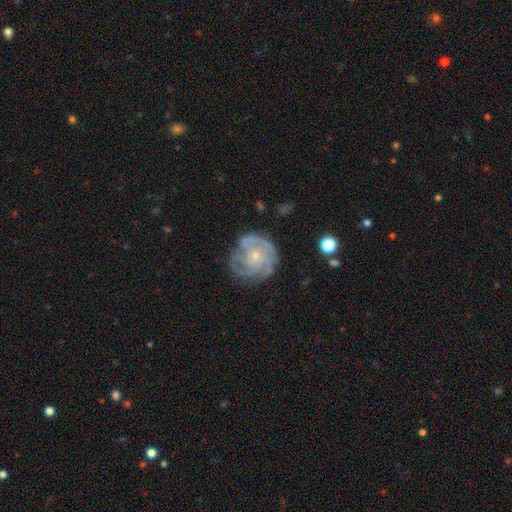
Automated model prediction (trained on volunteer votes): Smooth or featured? featured or disk (80%)
Edge-on disk? no (98%)
Bar? no (79%)
Spiral arms? yes (90%)
Spiral winding? tight (58%)
Spiral arm count? can't tell (29%)
Bulge size? small (78%)
Merging? none (67%)